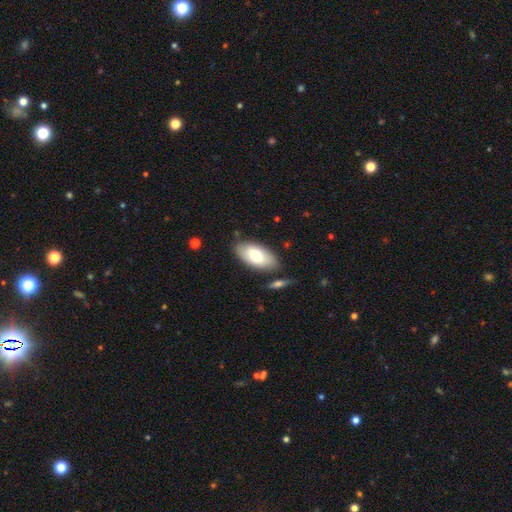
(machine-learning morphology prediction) smooth 72%, featured or disk 22%, star or artifact 6%. Down the decision tree: how rounded — in between (93%); merging — none (80%).